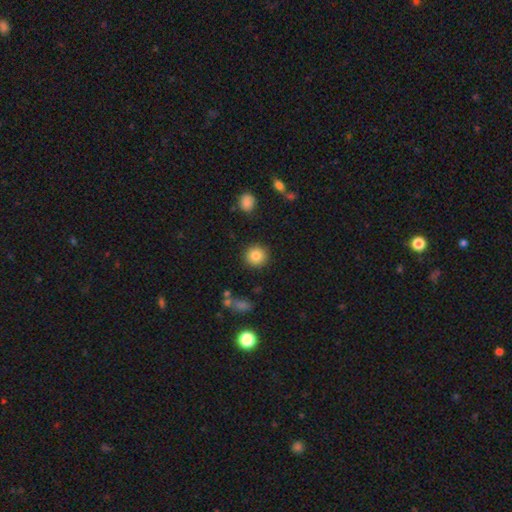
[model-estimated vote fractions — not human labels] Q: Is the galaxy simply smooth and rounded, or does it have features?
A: smooth — 83%.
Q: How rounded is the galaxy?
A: round — 92%.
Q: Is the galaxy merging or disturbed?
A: none — 90%.